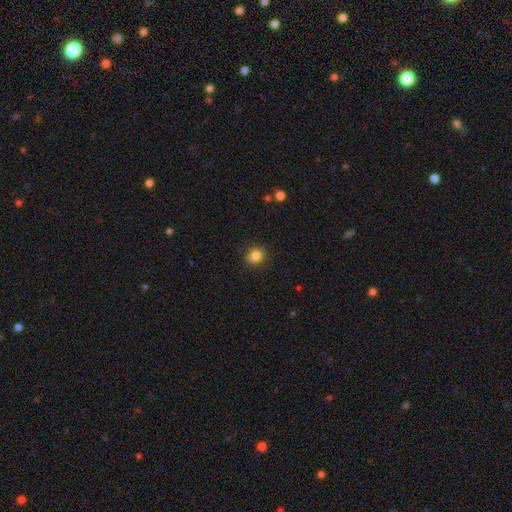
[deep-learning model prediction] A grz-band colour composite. It shows a smooth galaxy with no disk features (84%) that is round (76%). Merging: none (87%).